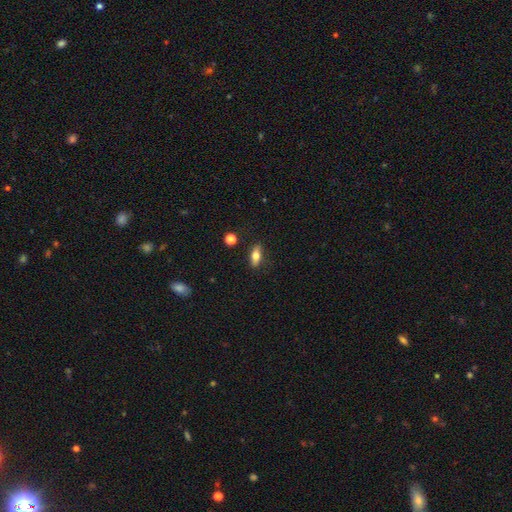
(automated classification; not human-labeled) Overall: smooth (69%). How rounded: in between (71%). Merging: none (84%).